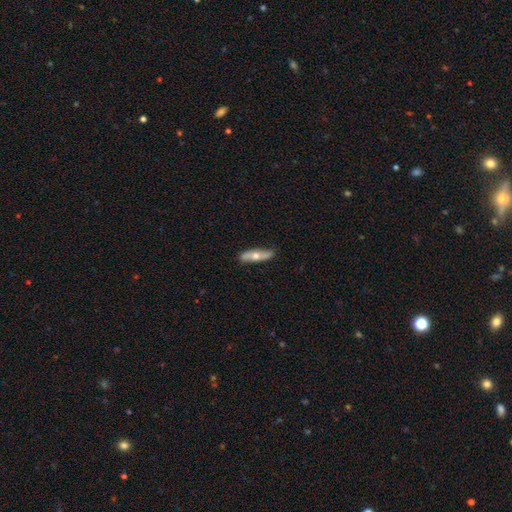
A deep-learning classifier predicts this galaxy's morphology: smooth-or-featured: smooth: 48% | featured or disk: 46% | star or artifact: 5%
  merging: none: 82% | minor disturbance: 14% | major disturbance: 2% | merger: 1%